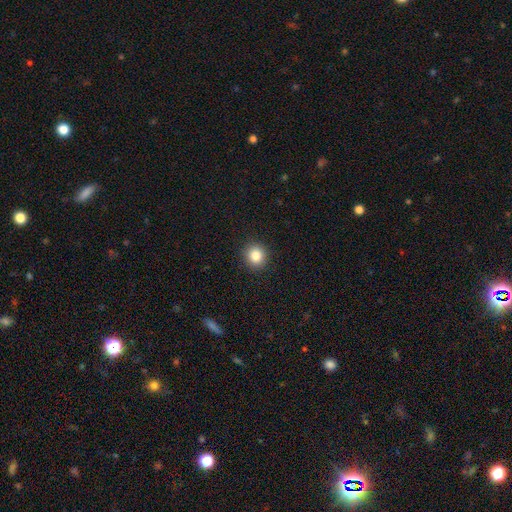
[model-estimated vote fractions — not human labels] A smooth galaxy with no disk features (84%) that is round (90%).

Vote fractions:
- Smooth or featured? smooth: 84% / star or artifact: 11% / featured or disk: 5%
- How rounded? round: 90% / in between: 9% / cigar-shaped: 1%
- Merging? none: 92% / minor disturbance: 5% / major disturbance: 2% / merger: 1%